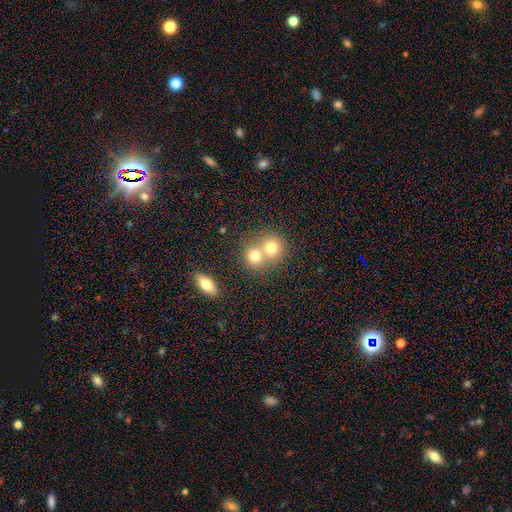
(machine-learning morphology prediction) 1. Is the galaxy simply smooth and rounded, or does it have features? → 74% smooth, 15% featured or disk, 11% star or artifact.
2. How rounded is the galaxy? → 79% round, 20% in between, 1% cigar-shaped.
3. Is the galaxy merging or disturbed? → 61% merger, 32% none, 5% minor disturbance, 2% major disturbance.